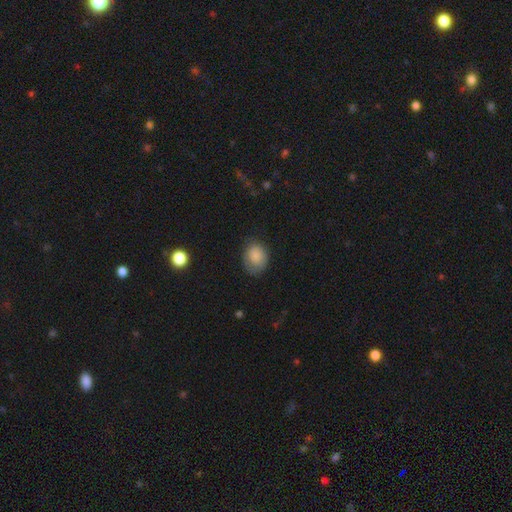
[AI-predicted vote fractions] A smooth galaxy with no disk features (84%) that is in between round and cigar-shaped (50%). Merging: none (67%).